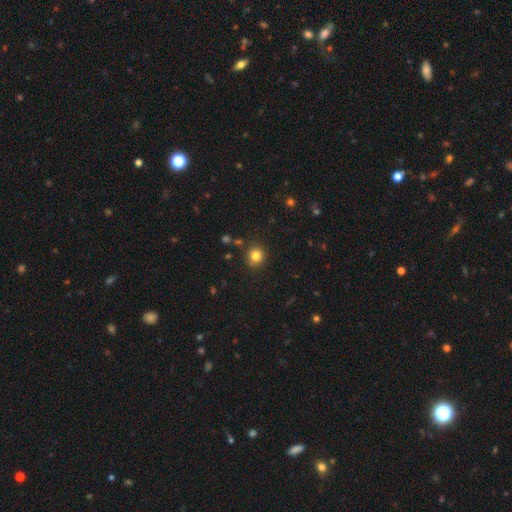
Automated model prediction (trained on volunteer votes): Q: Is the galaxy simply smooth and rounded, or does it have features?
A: smooth — 82%.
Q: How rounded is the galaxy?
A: round — 88%.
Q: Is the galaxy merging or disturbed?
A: none — 88%.